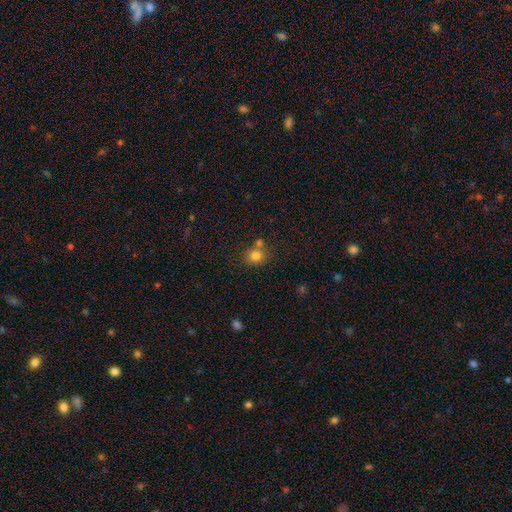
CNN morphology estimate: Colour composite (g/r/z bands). It shows a smooth galaxy with no disk features (80%) that is round (75%). Merging: none (63%).